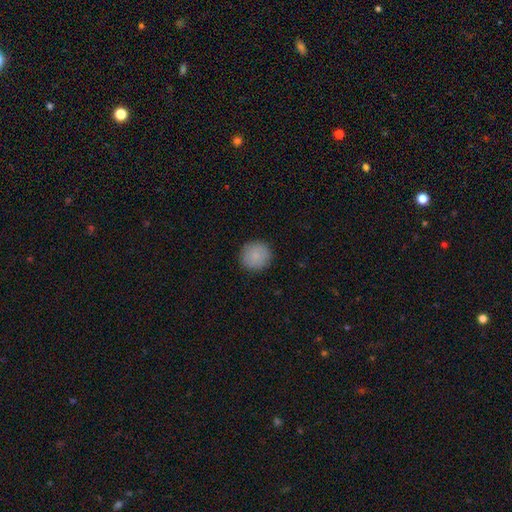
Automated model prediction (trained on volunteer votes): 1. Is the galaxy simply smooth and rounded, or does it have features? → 85% smooth, 8% star or artifact, 7% featured or disk.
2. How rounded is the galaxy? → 90% round, 9% in between, 1% cigar-shaped.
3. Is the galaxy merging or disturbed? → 90% none, 7% minor disturbance, 2% major disturbance, 1% merger.